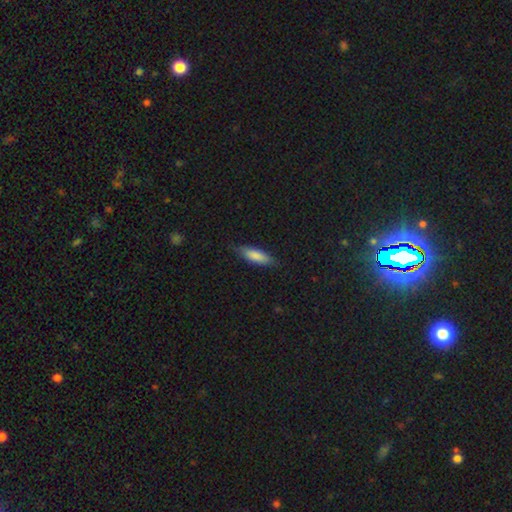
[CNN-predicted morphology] A smooth galaxy with no disk features (84%) that is in between round and cigar-shaped (52%). Merging: none (81%).